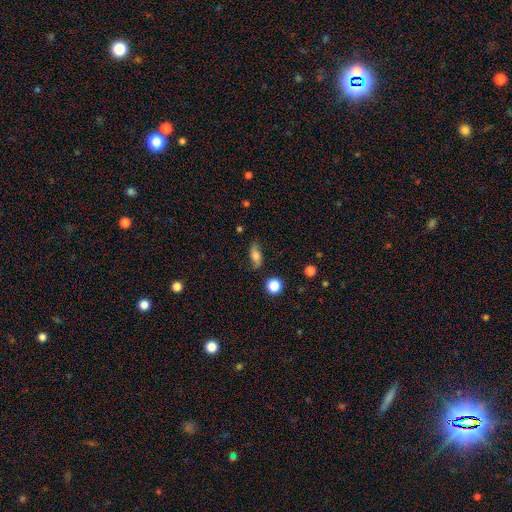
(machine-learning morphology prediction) This is possibly a smooth galaxy (54%). How rounded: likely in between (76%). Merging: likely none (75%).